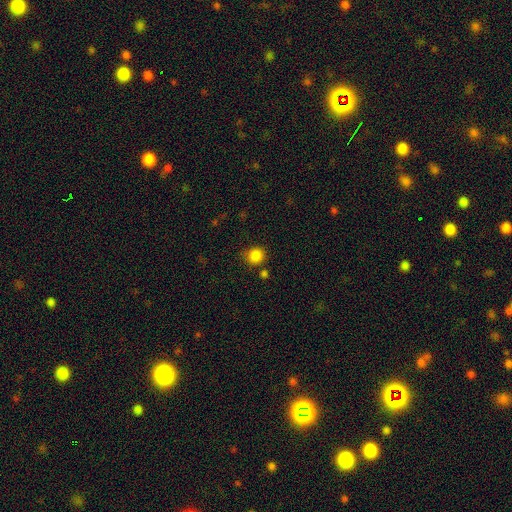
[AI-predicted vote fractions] The model was most divided on "merging": none: 80%, minor disturbance: 11%, merger: 6%, major disturbance: 3%. More confident: how rounded — round (88%); smooth or featured — smooth (85%).